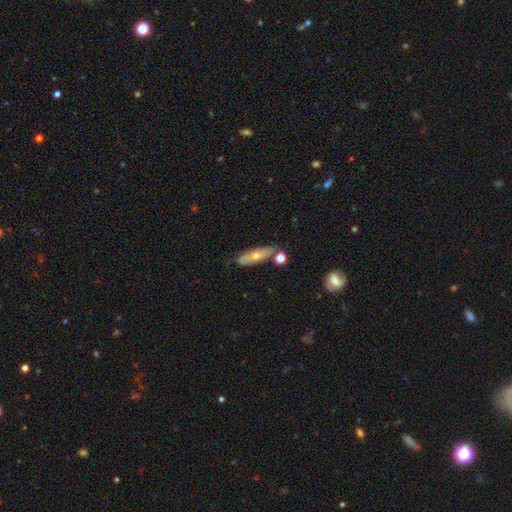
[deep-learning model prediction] smooth_or_featured: smooth (p=0.59) [alt: featured or disk p=0.34]
how_rounded: cigar-shaped (p=0.50) [alt: in between p=0.46]
merging: none (p=0.68) [alt: minor disturbance p=0.18]